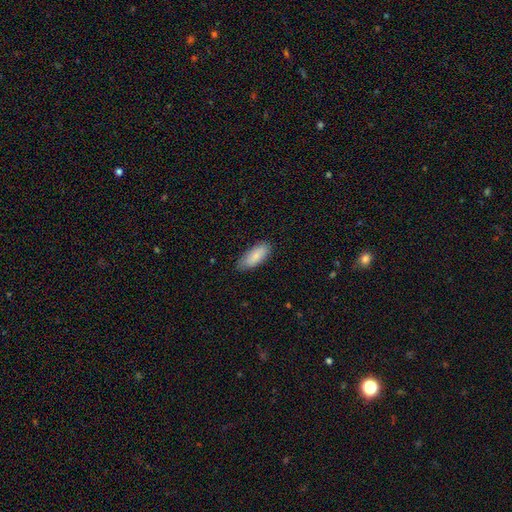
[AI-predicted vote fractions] Smooth or featured?
  - smooth: 83% *
  - featured or disk: 11%
  - star or artifact: 6%
How rounded?
  - in between: 85% *
  - cigar-shaped: 13%
  - round: 2%
Merging?
  - none: 80% *
  - minor disturbance: 16%
  - major disturbance: 3%
  - merger: 1%